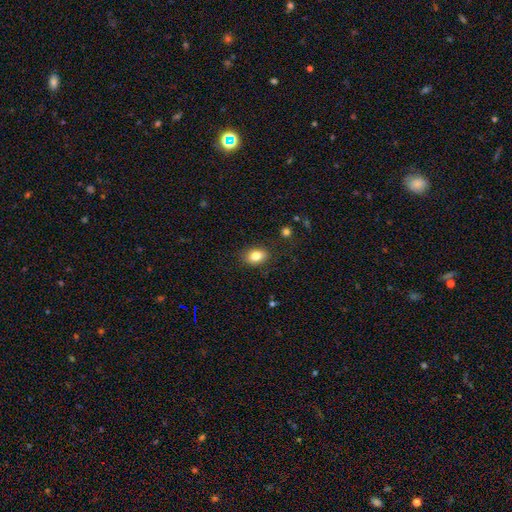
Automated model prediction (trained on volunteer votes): This is clearly a smooth galaxy (82%). How rounded: likely in between (79%). Merging: clearly none (86%).